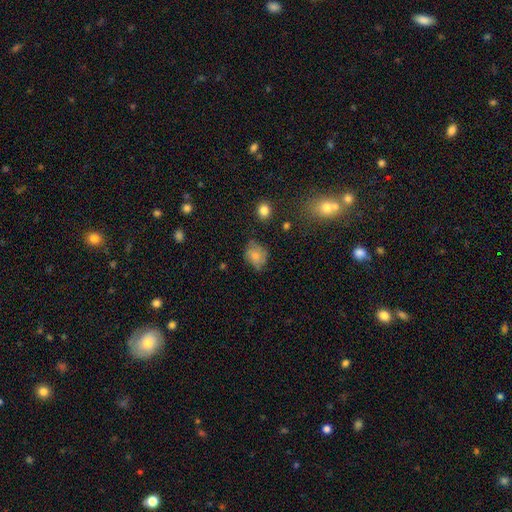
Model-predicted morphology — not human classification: smooth-or-featured: smooth: 73% | featured or disk: 17% | star or artifact: 10%
  how-rounded: round: 56% | in between: 43% | cigar-shaped: 1%
  merging: none: 61% | minor disturbance: 29% | major disturbance: 8% | merger: 2%